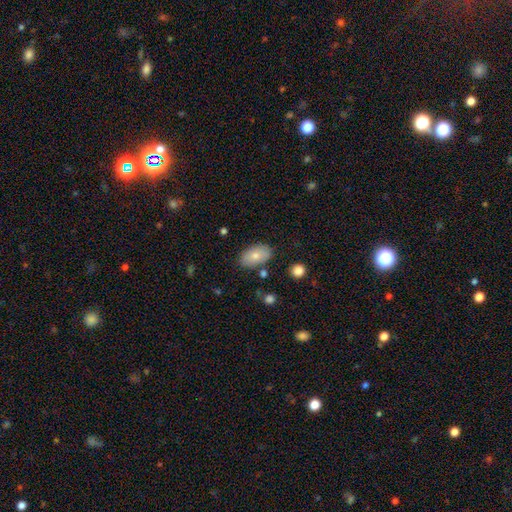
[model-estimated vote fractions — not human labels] Overall: smooth (76%). How rounded: in between (93%). Merging: none (81%).